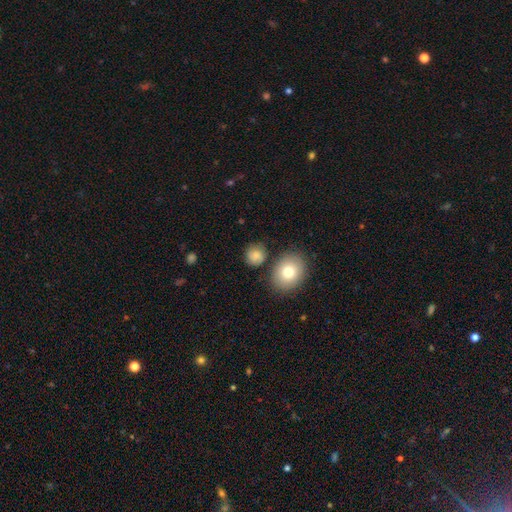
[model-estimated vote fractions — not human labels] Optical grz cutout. It shows a smooth galaxy with no disk features (79%) that is round (80%). Merging: none (75%).